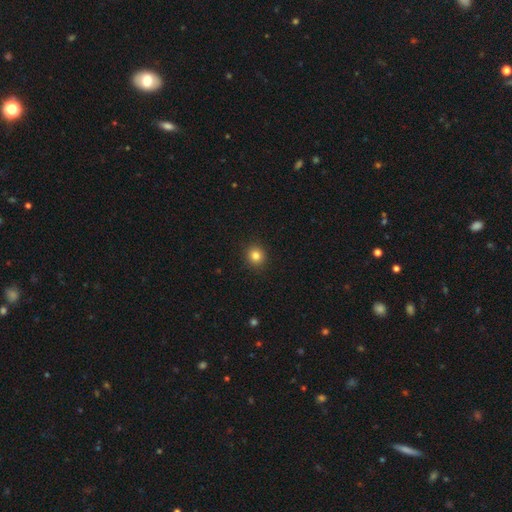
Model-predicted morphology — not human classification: Overall: smooth (82%). How rounded: round (88%). Merging: none (92%).